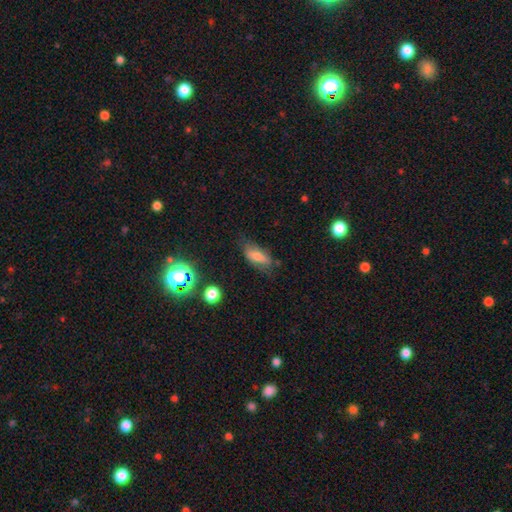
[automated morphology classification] smooth-or-featured: smooth: 67% | featured or disk: 23% | star or artifact: 10%
  how-rounded: in between: 77% | cigar-shaped: 19% | round: 4%
  merging: none: 62% | minor disturbance: 26% | major disturbance: 9% | merger: 2%